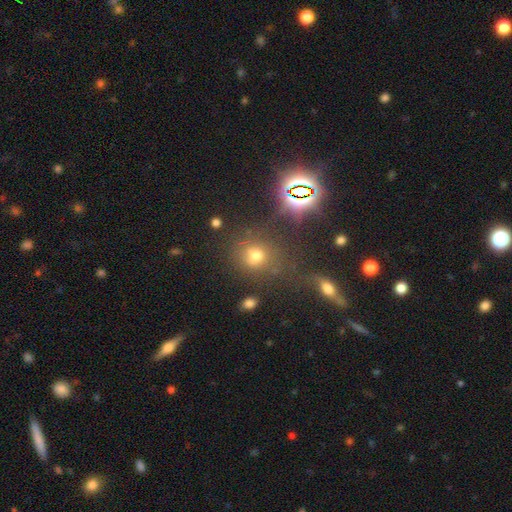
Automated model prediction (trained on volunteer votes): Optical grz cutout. It shows a smooth galaxy with no disk features (64%) that is round (72%). Merging: none (65%).